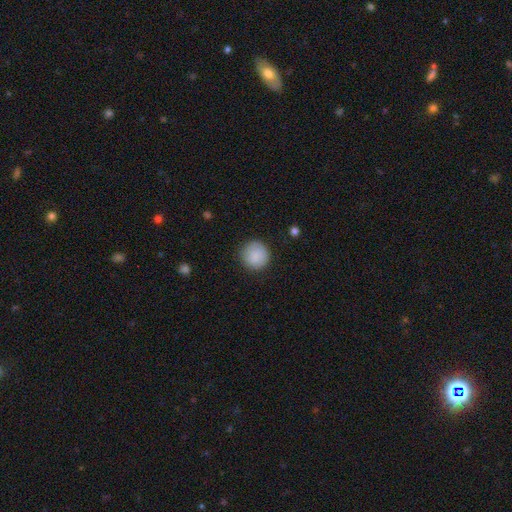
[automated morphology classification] Overall: smooth (89%). How rounded: round (94%). Merging: none (87%).